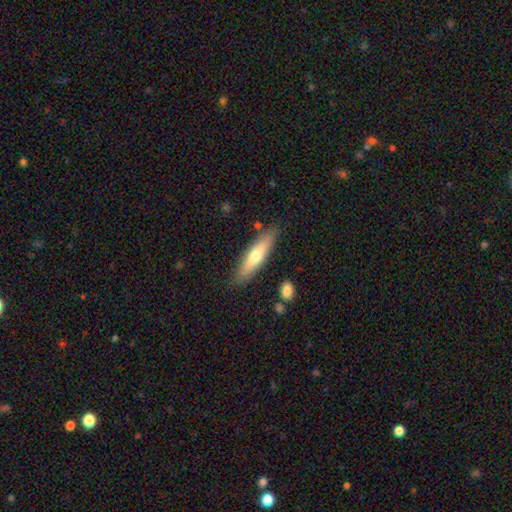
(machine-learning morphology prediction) This is possibly a smooth galaxy (58%). How rounded: likely cigar-shaped (77%). Merging: clearly none (84%).